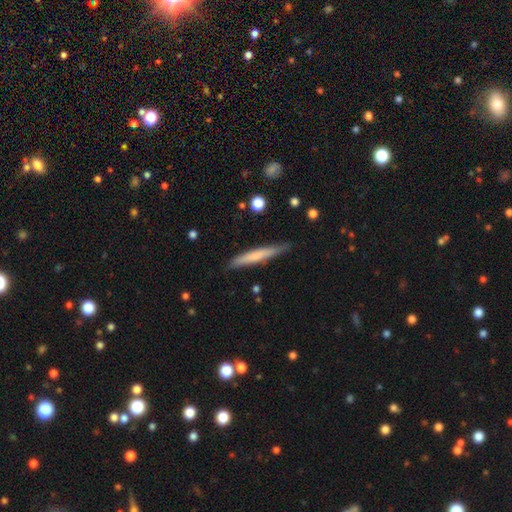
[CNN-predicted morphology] smooth 65%, featured or disk 30%, star or artifact 6%. Down the decision tree: how rounded — cigar-shaped (95%); merging — none (82%).